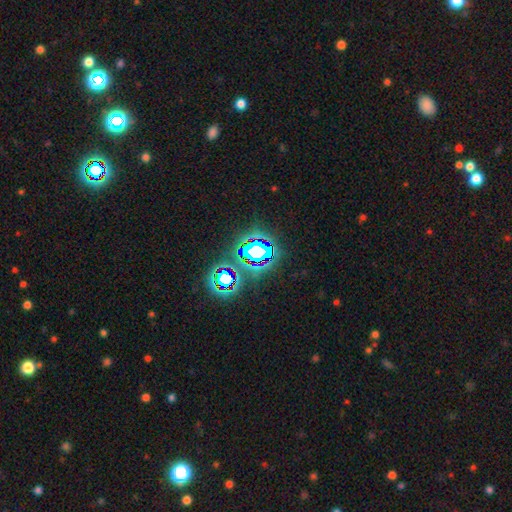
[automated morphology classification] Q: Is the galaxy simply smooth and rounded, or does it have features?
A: star or artifact — 75%.